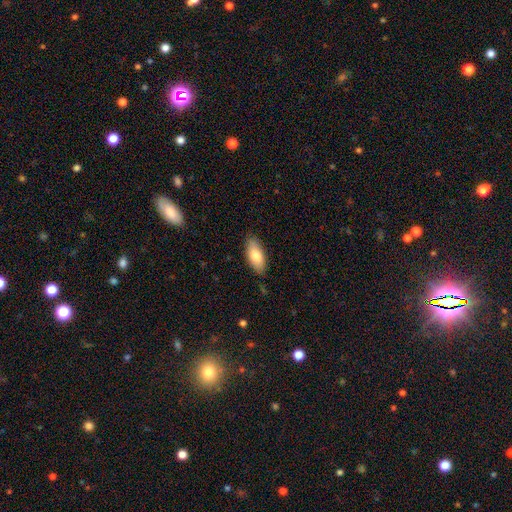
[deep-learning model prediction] Smooth or featured? smooth (79%)
How rounded? in between (84%)
Merging? none (84%)